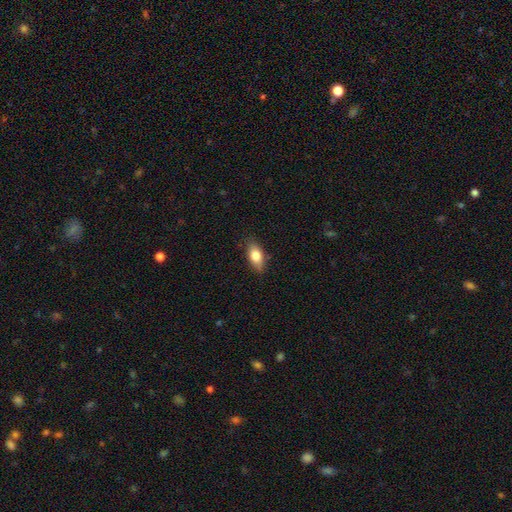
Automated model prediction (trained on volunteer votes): Smooth or featured? Predicted: smooth (p=0.80). How rounded? Predicted: in between (p=0.86). Merging? Predicted: none (p=0.81).